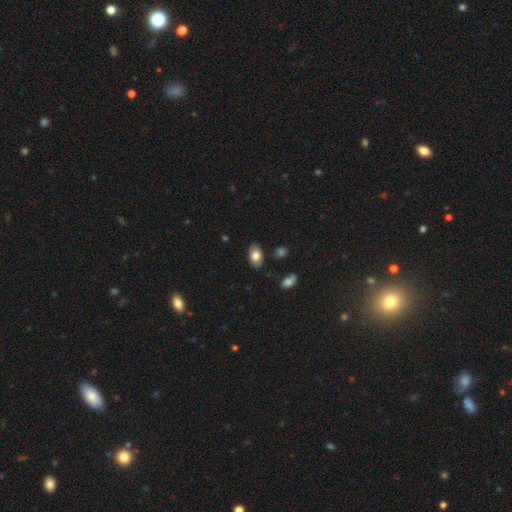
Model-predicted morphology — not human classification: This appears to be a smooth galaxy with no disk features (80%) that is in between round and cigar-shaped (92%). Merging: none (84%).